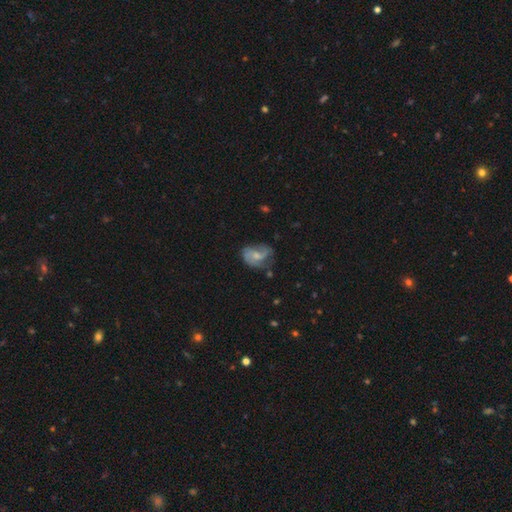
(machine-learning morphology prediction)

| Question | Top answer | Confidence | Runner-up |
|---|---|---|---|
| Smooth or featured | featured or disk | 68% | smooth (24%) |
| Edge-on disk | no | 98% | yes (2%) |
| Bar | no | 54% | weak (39%) |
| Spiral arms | yes | 87% | no (13%) |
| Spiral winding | medium | 46% | loose (32%) |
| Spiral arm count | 2 | 59% | 3 (16%) |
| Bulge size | small | 43% | moderate (41%) |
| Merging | none | 50% | minor disturbance (28%) |